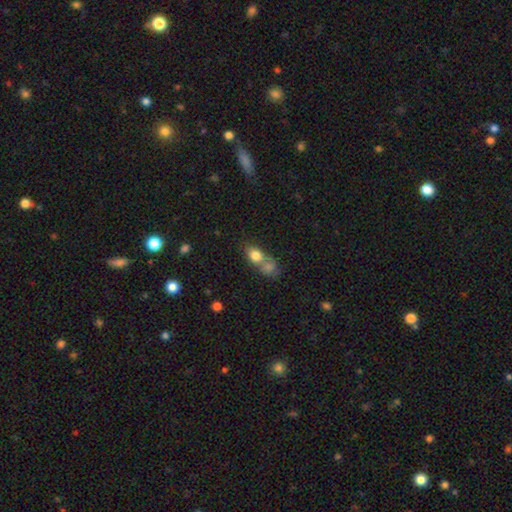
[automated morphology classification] Smooth or featured? smooth (77%)
How rounded? in between (58%)
Merging? merger (64%)